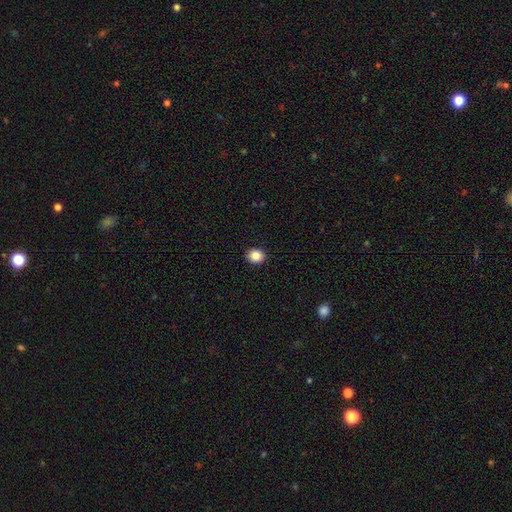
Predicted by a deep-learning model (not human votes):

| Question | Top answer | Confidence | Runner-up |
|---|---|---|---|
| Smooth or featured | smooth | 87% | star or artifact (10%) |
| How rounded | round | 74% | in between (25%) |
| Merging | none | 92% | minor disturbance (5%) |